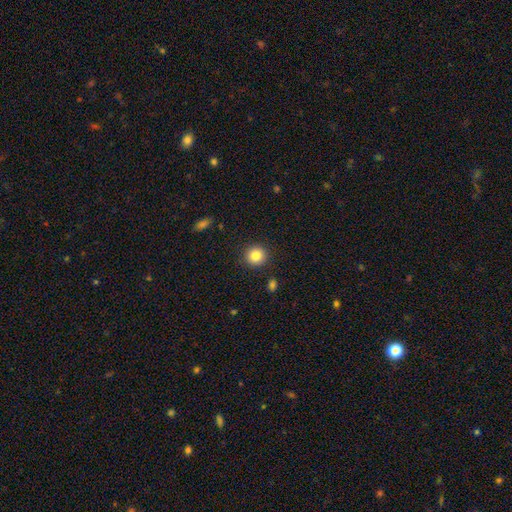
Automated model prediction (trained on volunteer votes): smooth-or-featured: smooth: 84% | star or artifact: 10% | featured or disk: 6%
  how-rounded: round: 92% | in between: 7% | cigar-shaped: 1%
  merging: none: 91% | minor disturbance: 6% | major disturbance: 2% | merger: 1%